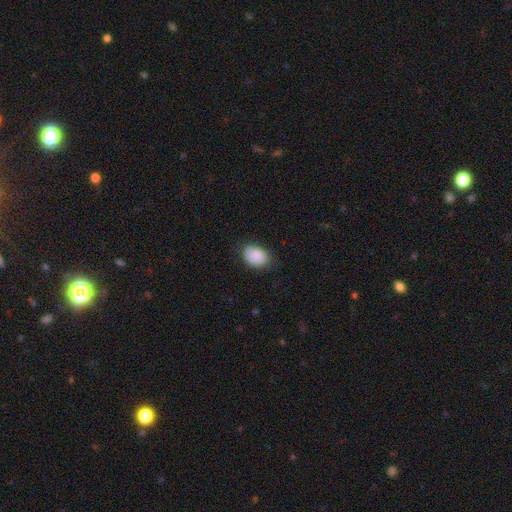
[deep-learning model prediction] The model was most divided on "merging": none: 76%, minor disturbance: 19%, major disturbance: 4%, merger: 1%. More confident: smooth or featured — smooth (87%); how rounded — in between (81%).